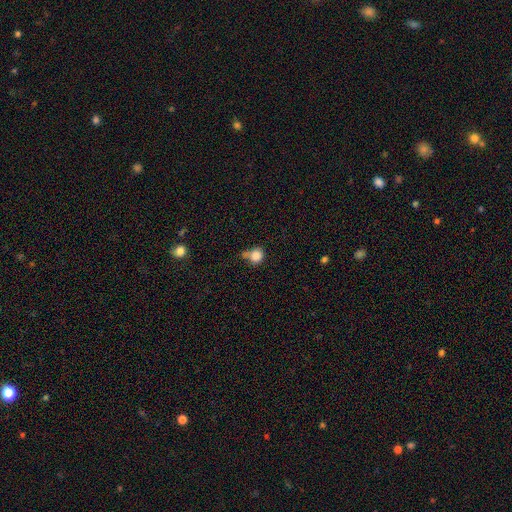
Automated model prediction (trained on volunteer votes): A smooth galaxy with no disk features (84%) that is round (78%). Merging: none (43%).